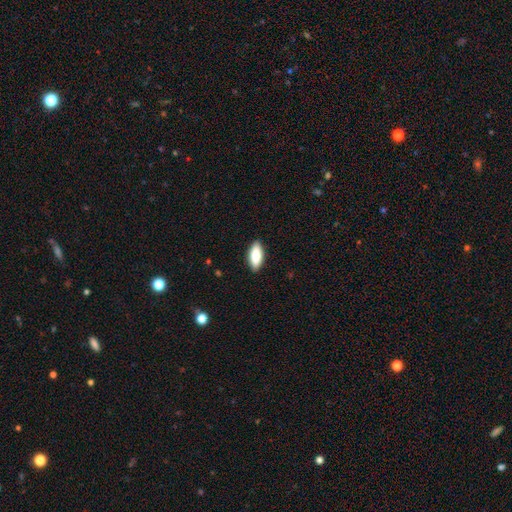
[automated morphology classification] Q: Smooth or featured?
A: smooth (83%); runner-up: featured or disk (11%)
Q: How rounded?
A: in between (82%); runner-up: cigar-shaped (16%)
Q: Merging?
A: none (88%); runner-up: minor disturbance (9%)